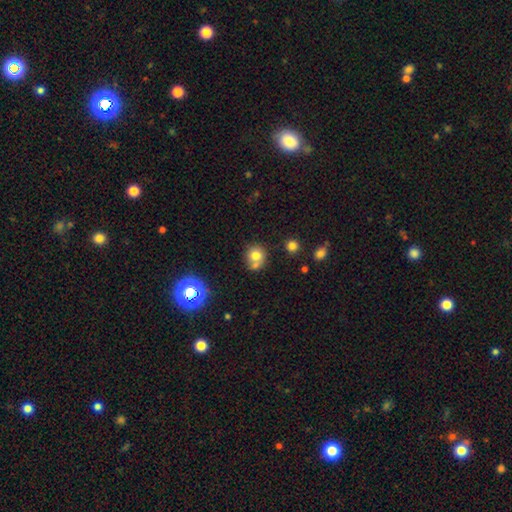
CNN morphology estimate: Smooth or featured? Predicted: smooth (p=0.73). How rounded? Predicted: round (p=0.81). Merging? Predicted: none (p=0.48).